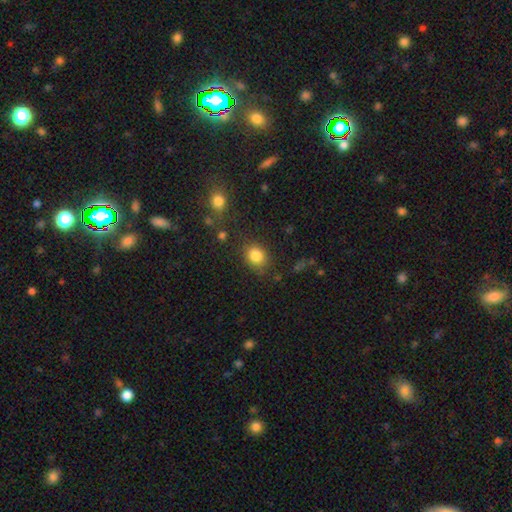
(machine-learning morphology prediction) type=smooth (83%); roundness=round (61%); merging=none (79%).